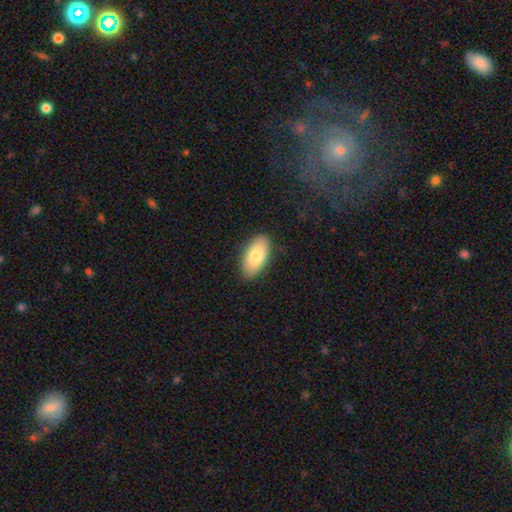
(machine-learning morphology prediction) A smooth galaxy with no disk features (81%) that is in between round and cigar-shaped (93%).

Vote fractions:
- Smooth or featured? smooth: 81% / featured or disk: 13% / star or artifact: 6%
- How rounded? in between: 93% / cigar-shaped: 4% / round: 3%
- Merging? none: 86% / minor disturbance: 10% / major disturbance: 2% / merger: 1%